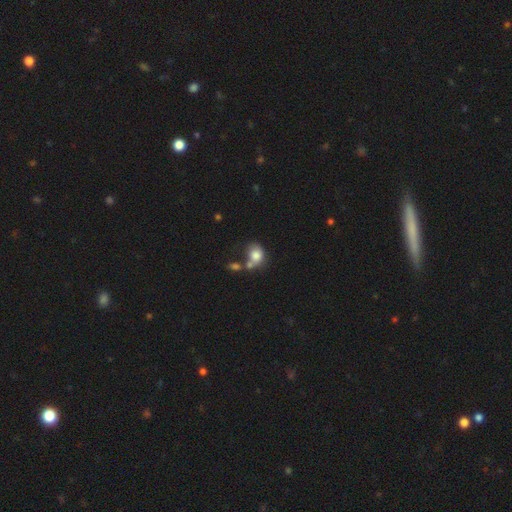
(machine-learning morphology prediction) smooth-or-featured: smooth: 77% | featured or disk: 13% | star or artifact: 10%
  how-rounded: round: 50% | in between: 49% | cigar-shaped: 1%
  merging: merger: 42% | none: 30% | minor disturbance: 16% | major disturbance: 12%